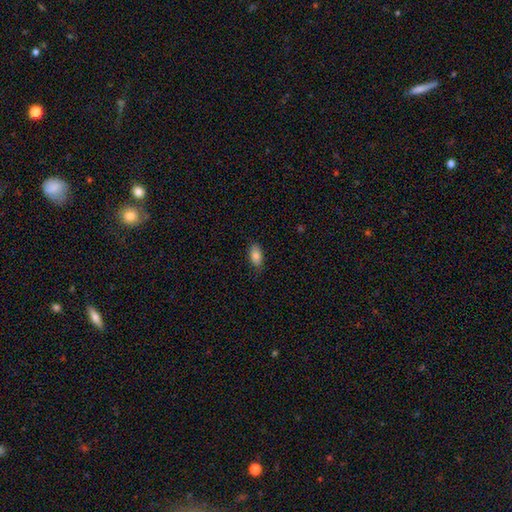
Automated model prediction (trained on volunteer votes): smooth_or_featured: smooth (p=0.86) [alt: star or artifact p=0.07]
how_rounded: in between (p=0.92) [alt: cigar-shaped p=0.05]
merging: none (p=0.83) [alt: minor disturbance p=0.13]